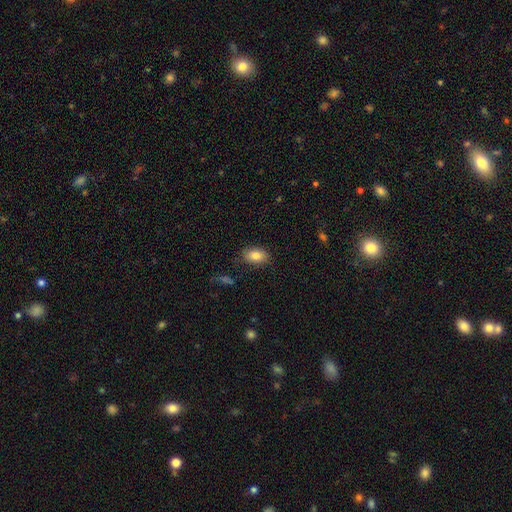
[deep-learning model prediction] Smooth or featured? Predicted: smooth (p=0.83). How rounded? Predicted: in between (p=0.87). Merging? Predicted: none (p=0.83).